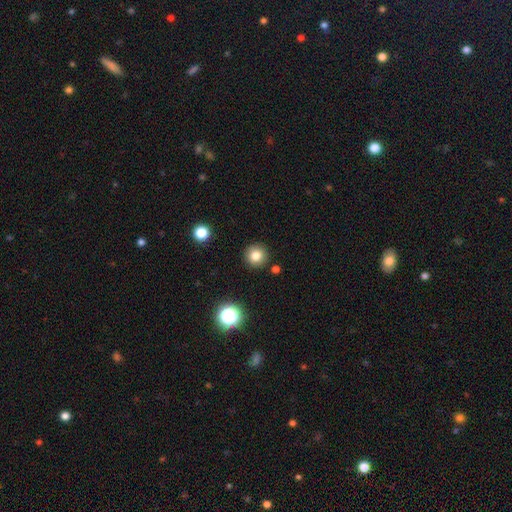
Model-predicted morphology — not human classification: This is likely a smooth galaxy (80%). How rounded: clearly round (95%). Merging: clearly none (90%).